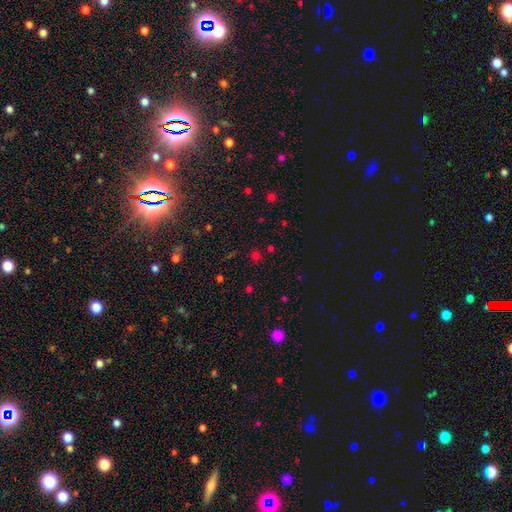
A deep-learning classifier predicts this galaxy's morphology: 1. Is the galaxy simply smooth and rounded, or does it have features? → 52% smooth, 42% star or artifact, 6% featured or disk.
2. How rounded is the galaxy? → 85% round, 13% in between, 1% cigar-shaped.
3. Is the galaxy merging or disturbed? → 84% none, 9% minor disturbance, 4% major disturbance, 3% merger.